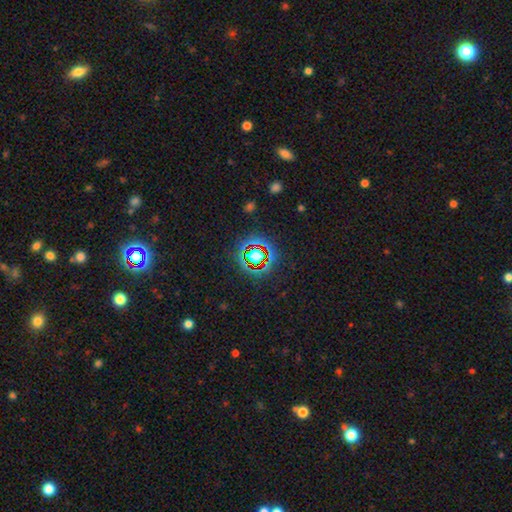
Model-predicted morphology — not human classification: Smooth or featured? Predicted: star or artifact (p=0.69).